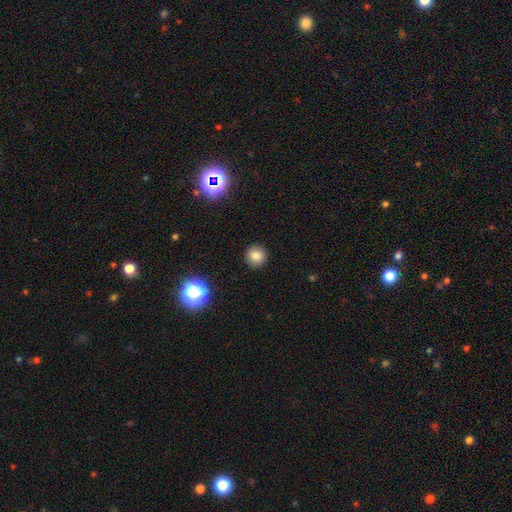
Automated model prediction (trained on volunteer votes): Smooth or featured? Predicted: smooth (p=0.81). How rounded? Predicted: round (p=0.94). Merging? Predicted: none (p=0.92).